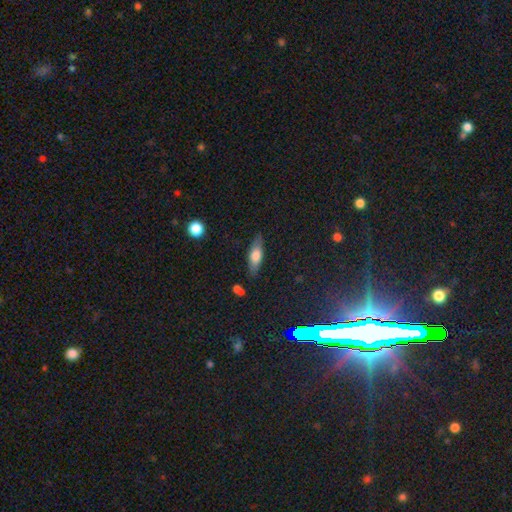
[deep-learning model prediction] Morphology: type=smooth (64%); roundness=in between (57%); merging=none (81%).